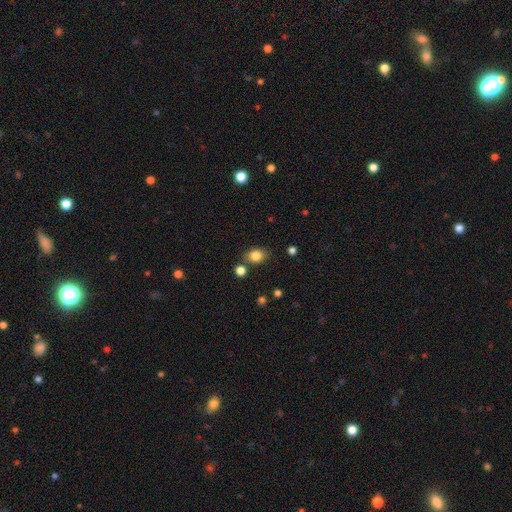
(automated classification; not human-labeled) A smooth galaxy with no disk features (84%) that is in between round and cigar-shaped (55%).

Vote fractions:
- Smooth or featured? smooth: 84% / star or artifact: 11% / featured or disk: 6%
- How rounded? in between: 55% / round: 44% / cigar-shaped: 1%
- Merging? none: 76% / minor disturbance: 13% / merger: 8% / major disturbance: 4%